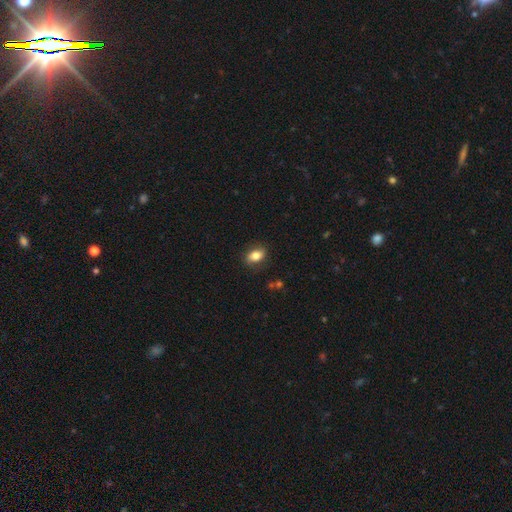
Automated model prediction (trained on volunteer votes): Smooth or featured? smooth (80%)
How rounded? in between (83%)
Merging? none (85%)